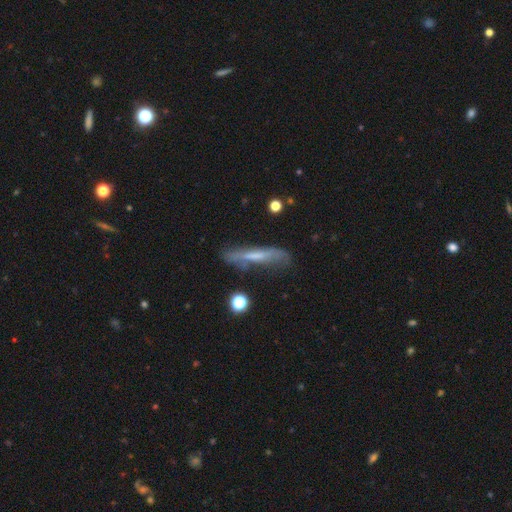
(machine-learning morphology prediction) Overall: featured or disk (46%; smooth 45%). Merging: none (59%; minor disturbance 25%).